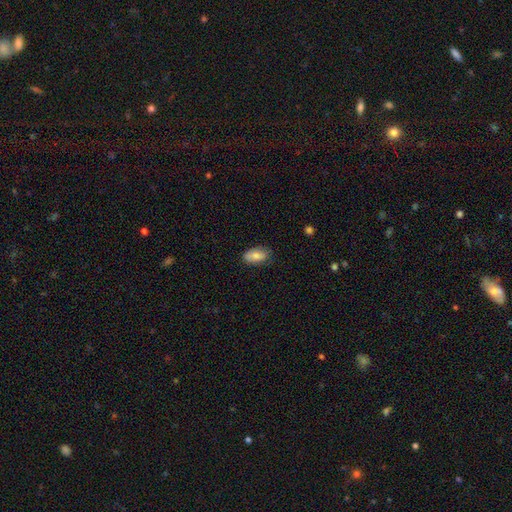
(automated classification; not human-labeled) This appears to be a smooth galaxy with no disk features (77%) that is in between round and cigar-shaped (92%). Merging: none (79%).